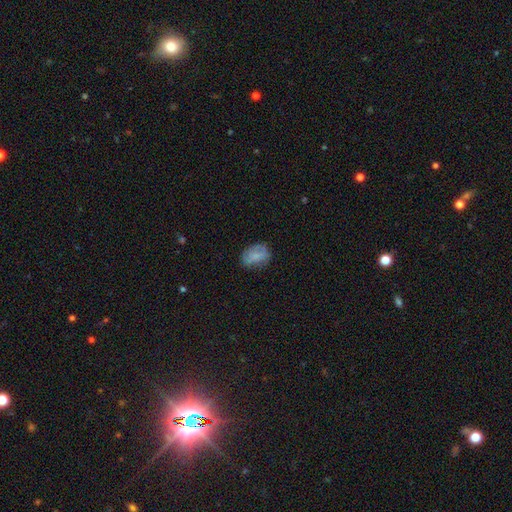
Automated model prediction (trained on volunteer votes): Smooth or featured: smooth — 72% (featured or disk — 19%)
How rounded: in between — 77% (round — 22%)
Merging: none — 65% (minor disturbance — 25%)